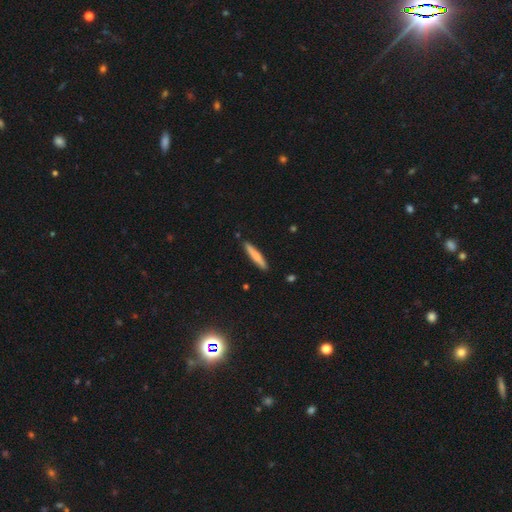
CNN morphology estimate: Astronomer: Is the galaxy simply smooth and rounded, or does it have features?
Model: smooth — 69%.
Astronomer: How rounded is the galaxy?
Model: cigar-shaped — 93%.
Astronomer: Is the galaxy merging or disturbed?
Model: none — 89%.